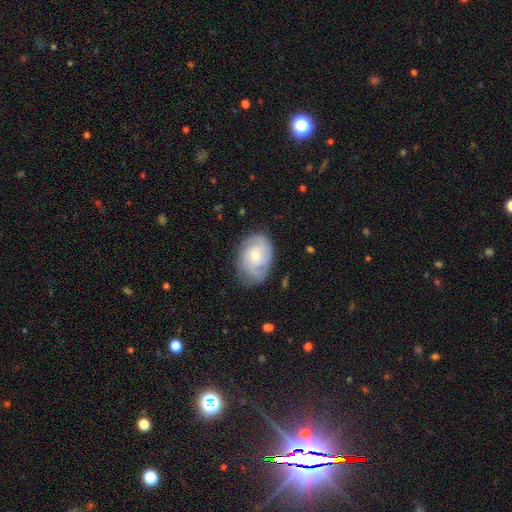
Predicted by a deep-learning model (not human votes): The model was most divided on "spiral arm count": 2: 35%, 3: 28%, can't tell: 23%, 4: 6%, 1: 5%, more than 4: 4%. More confident: edge-on disk — no (97%); spiral arms — yes (94%); smooth or featured — featured or disk (75%); merging — none (71%); bar — no (70%); bulge size — small (58%); spiral winding — tight (52%).